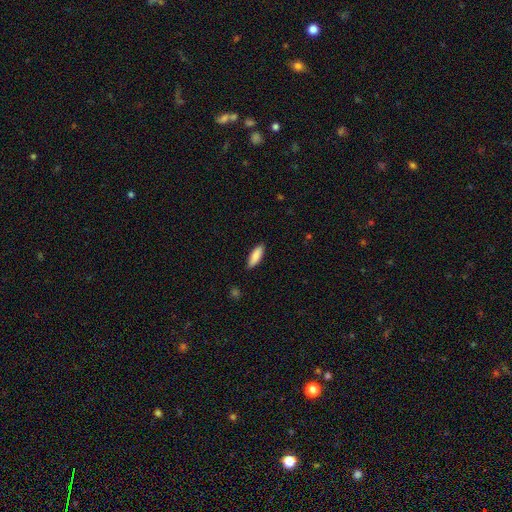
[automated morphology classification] Q: Smooth or featured?
A: smooth (87%); runner-up: featured or disk (8%)
Q: How rounded?
A: in between (56%); runner-up: cigar-shaped (43%)
Q: Merging?
A: none (88%); runner-up: minor disturbance (9%)